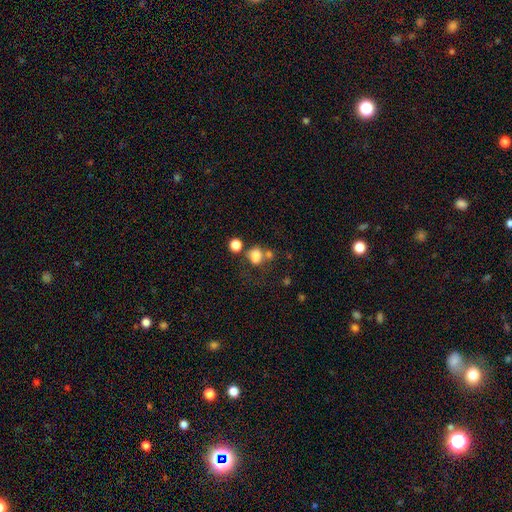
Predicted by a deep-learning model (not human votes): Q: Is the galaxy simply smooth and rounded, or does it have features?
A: smooth — 78%.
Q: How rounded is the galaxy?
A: round — 57%.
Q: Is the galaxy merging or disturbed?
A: none — 43%.